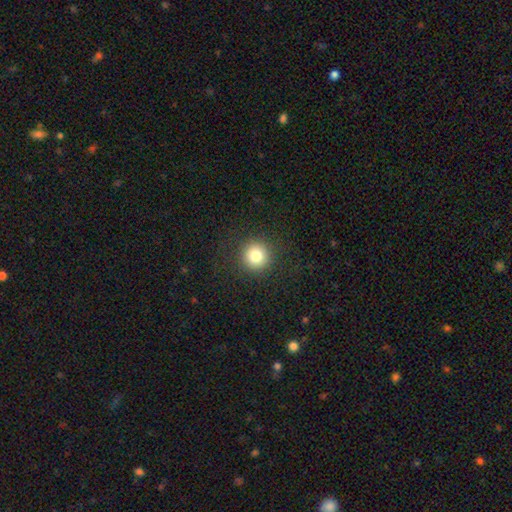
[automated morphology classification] A smooth galaxy with no disk features (81%) that is round (95%).

Vote fractions:
- Smooth or featured? smooth: 81% / star or artifact: 11% / featured or disk: 7%
- How rounded? round: 95% / in between: 4% / cigar-shaped: 1%
- Merging? none: 91% / minor disturbance: 6% / major disturbance: 3% / merger: 1%